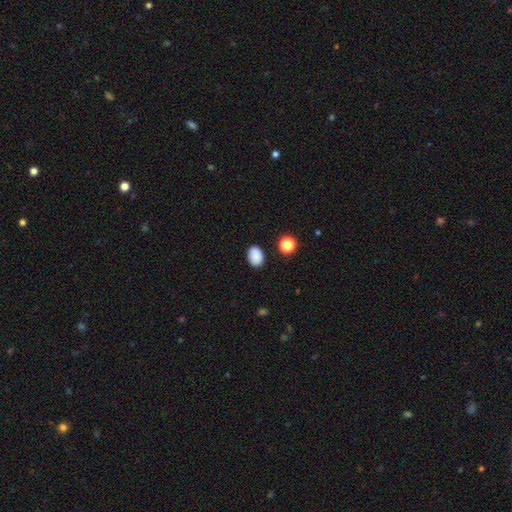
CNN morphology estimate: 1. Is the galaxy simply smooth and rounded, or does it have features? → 88% smooth, 9% star or artifact, 3% featured or disk.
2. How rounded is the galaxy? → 79% in between, 20% round, 1% cigar-shaped.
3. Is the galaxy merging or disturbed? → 86% none, 10% minor disturbance, 2% major disturbance, 2% merger.